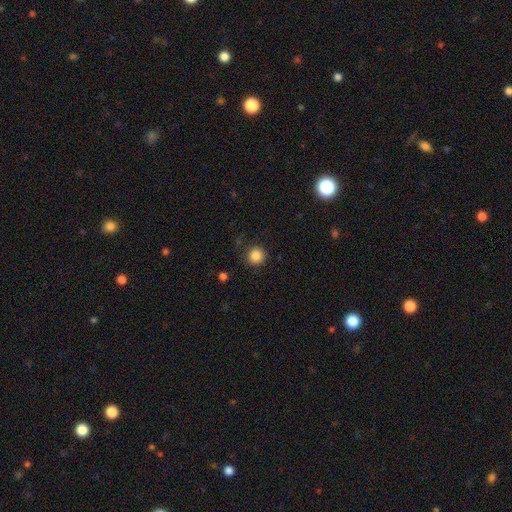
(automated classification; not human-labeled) The model was most divided on "smooth or featured": smooth: 85%, star or artifact: 11%, featured or disk: 4%. More confident: how rounded — round (94%); merging — none (90%).